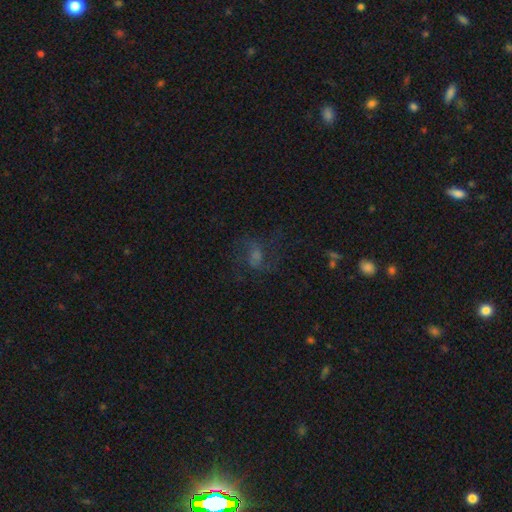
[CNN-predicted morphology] Smooth or featured: featured or disk — 52% (smooth — 25%)
Edge-on disk: no — 96% (yes — 4%)
Merging: none — 62% (major disturbance — 20%)